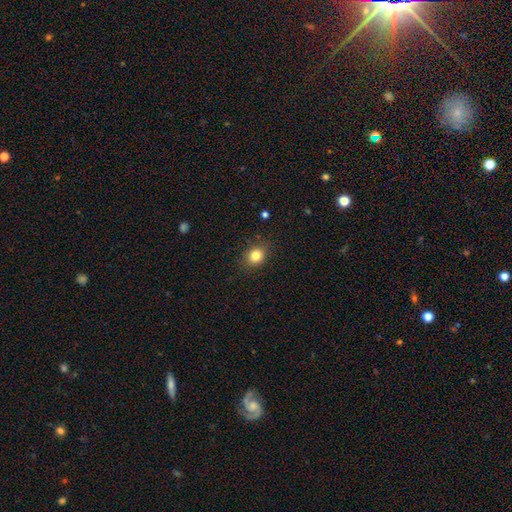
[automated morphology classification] smooth 82%, star or artifact 11%, featured or disk 7%. Down the decision tree: how rounded — round (68%); merging — none (86%).